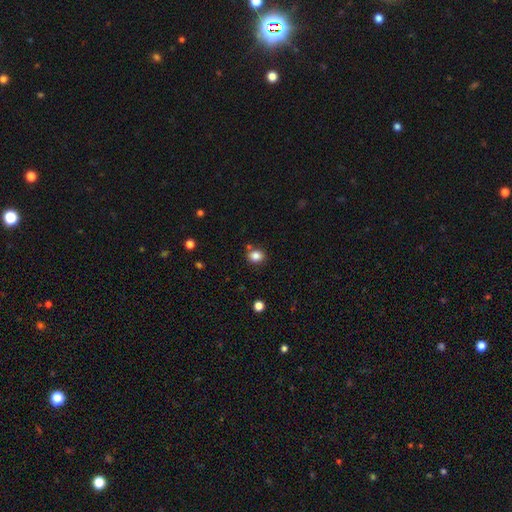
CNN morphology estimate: A smooth galaxy with no disk features (83%) that is round (67%).

Vote fractions:
- Smooth or featured? smooth: 83% / star or artifact: 11% / featured or disk: 6%
- How rounded? round: 67% / in between: 32% / cigar-shaped: 1%
- Merging? none: 78% / minor disturbance: 11% / merger: 8% / major disturbance: 3%